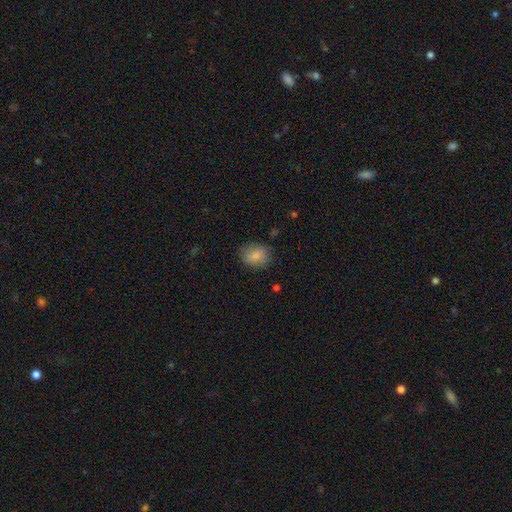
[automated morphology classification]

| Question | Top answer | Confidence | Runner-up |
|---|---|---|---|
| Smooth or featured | smooth | 81% | featured or disk (10%) |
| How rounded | in between | 54% | round (45%) |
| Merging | none | 78% | minor disturbance (17%) |